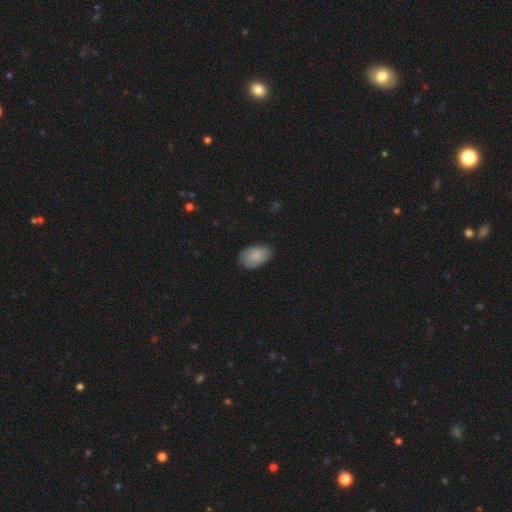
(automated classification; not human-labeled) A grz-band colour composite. It shows a smooth galaxy with no disk features (82%) that is in between round and cigar-shaped (90%). Merging: none (77%).